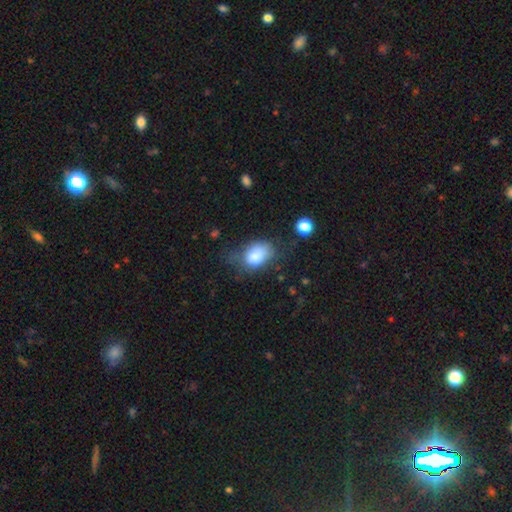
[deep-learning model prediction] Overall: smooth (81%). How rounded: in between (77%). Merging: none (44%; minor disturbance 32%).